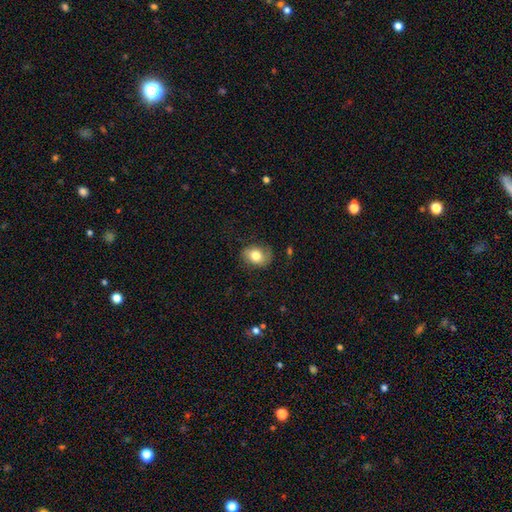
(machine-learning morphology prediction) Smooth or featured?
  - smooth: 75% *
  - featured or disk: 17%
  - star or artifact: 8%
How rounded?
  - in between: 60% *
  - round: 39%
  - cigar-shaped: 1%
Merging?
  - none: 73% *
  - minor disturbance: 19%
  - major disturbance: 6%
  - merger: 1%